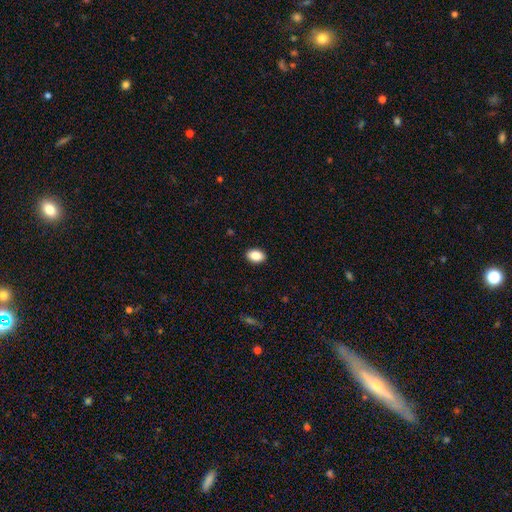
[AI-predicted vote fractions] Morphology: type=smooth (88%); roundness=in between (86%); merging=none (91%).